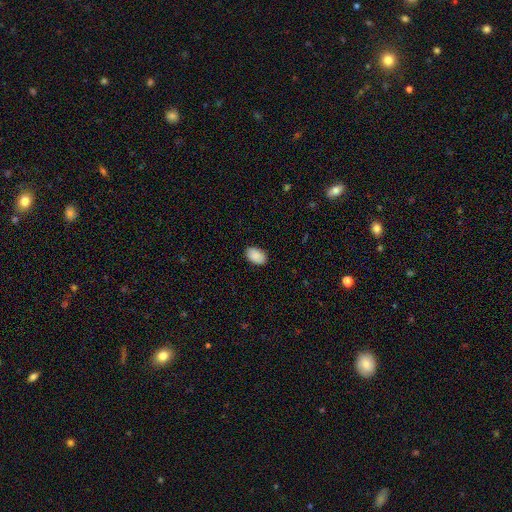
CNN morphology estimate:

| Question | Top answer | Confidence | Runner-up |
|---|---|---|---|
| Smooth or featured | smooth | 90% | star or artifact (6%) |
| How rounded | in between | 92% | round (7%) |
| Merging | none | 88% | minor disturbance (9%) |